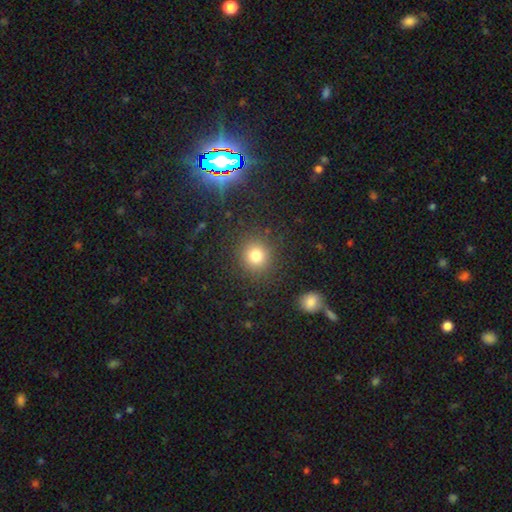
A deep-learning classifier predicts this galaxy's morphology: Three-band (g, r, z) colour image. It shows a smooth galaxy with no disk features (79%) that is round (86%). Merging: none (88%).